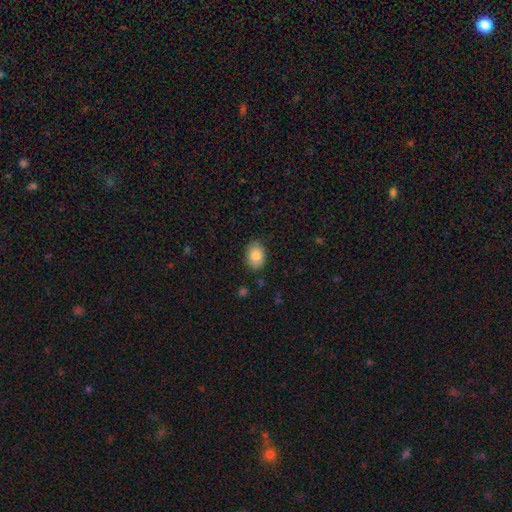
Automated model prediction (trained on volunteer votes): smooth-or-featured: smooth: 85% | featured or disk: 8% | star or artifact: 7%
  how-rounded: in between: 83% | round: 16% | cigar-shaped: 1%
  merging: none: 86% | minor disturbance: 10% | major disturbance: 2% | merger: 1%